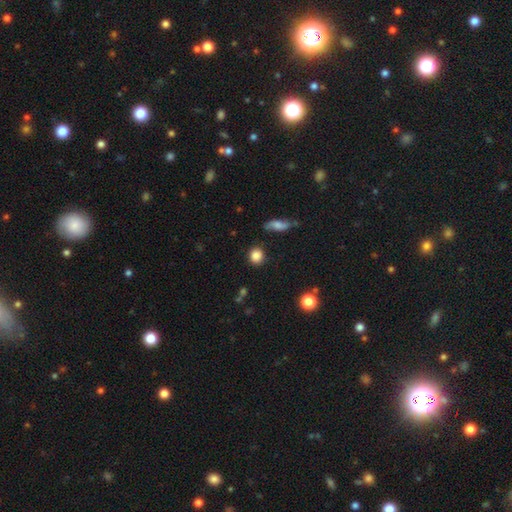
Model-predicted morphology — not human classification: smooth_or_featured: smooth (p=0.85) [alt: star or artifact p=0.09]
how_rounded: round (p=0.76) [alt: in between p=0.22]
merging: none (p=0.83) [alt: minor disturbance p=0.11]